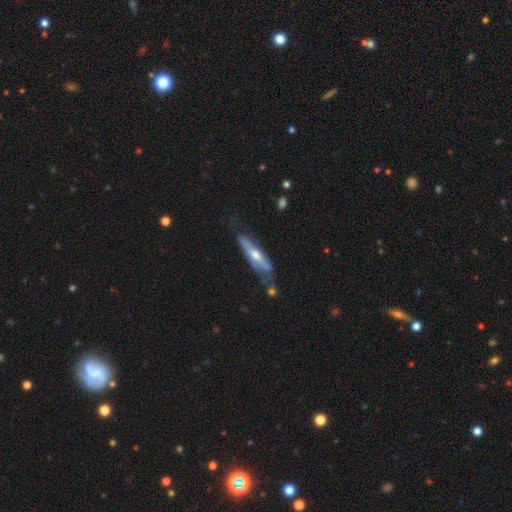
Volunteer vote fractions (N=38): Q: Smooth or featured?
A: featured or disk (66%); runner-up: smooth (34%)
Q: Edge-on disk?
A: yes (68%); runner-up: no (32%)
Q: Edge-on bulge?
A: rounded (88%); runner-up: boxy (12%)
Q: Merging?
A: none (37%); runner-up: major disturbance (32%)